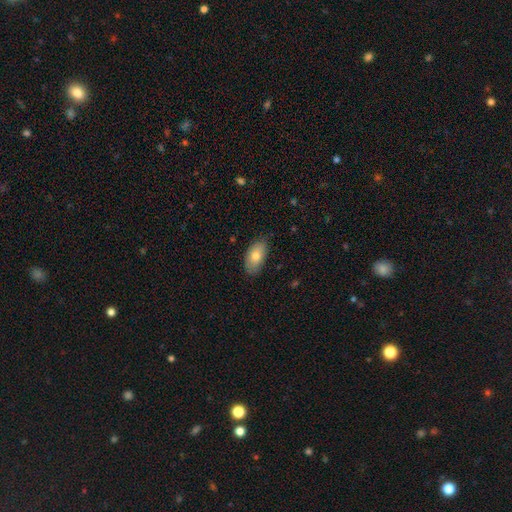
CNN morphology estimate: Overall: smooth (77%). How rounded: in between (93%). Merging: none (81%).